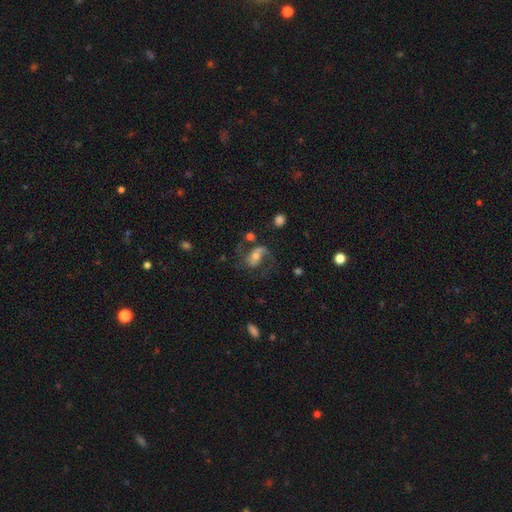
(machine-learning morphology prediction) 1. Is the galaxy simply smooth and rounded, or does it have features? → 73% featured or disk, 18% smooth, 9% star or artifact.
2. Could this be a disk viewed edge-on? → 97% no, 3% yes.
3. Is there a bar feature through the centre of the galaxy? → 39% no, 38% weak, 23% strong.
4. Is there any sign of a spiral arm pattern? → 91% yes, 9% no.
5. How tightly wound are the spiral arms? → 45% loose, 44% medium, 11% tight.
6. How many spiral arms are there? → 78% 2, 14% 1, 5% can't tell, 2% 3, 1% 4, 1% more than 4.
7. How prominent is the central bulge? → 54% moderate, 34% small, 8% large, 3% none, 2% dominant.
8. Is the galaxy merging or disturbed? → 52% none, 24% major disturbance, 17% minor disturbance, 7% merger.